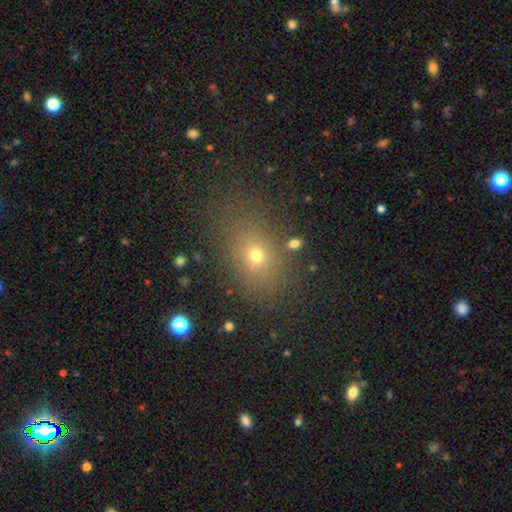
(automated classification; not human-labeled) Smooth or featured?
  - smooth: 64% *
  - star or artifact: 22%
  - featured or disk: 14%
How rounded?
  - in between: 61% *
  - round: 37%
  - cigar-shaped: 2%
Merging?
  - none: 76% *
  - minor disturbance: 13%
  - major disturbance: 7%
  - merger: 3%